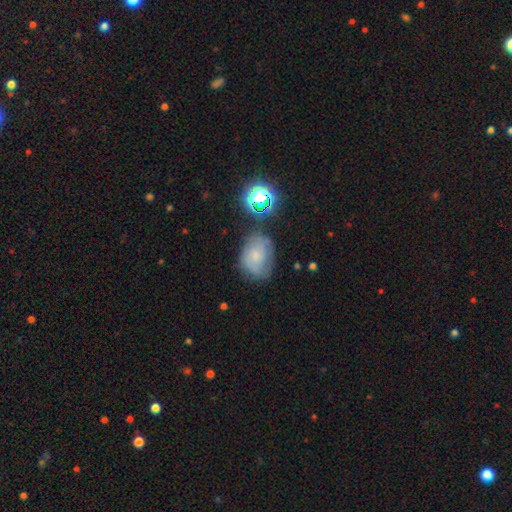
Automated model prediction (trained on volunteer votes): This appears to be a smooth galaxy with no disk features (56%) that is in between round and cigar-shaped (65%). Merging: none (53%).